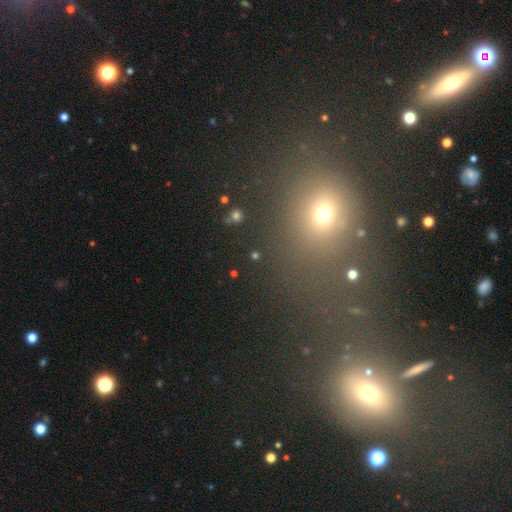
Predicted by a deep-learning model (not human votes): Morphology: type=smooth (49%); merging=none (82%).